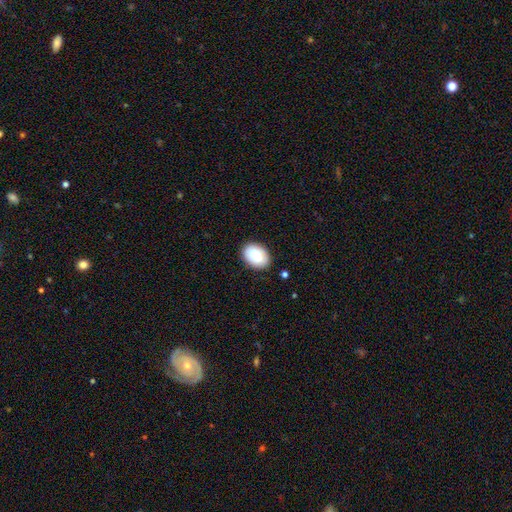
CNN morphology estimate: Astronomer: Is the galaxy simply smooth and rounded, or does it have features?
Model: smooth — 80%.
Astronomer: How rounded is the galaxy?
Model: in between — 82%.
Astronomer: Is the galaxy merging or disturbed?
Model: none — 87%.